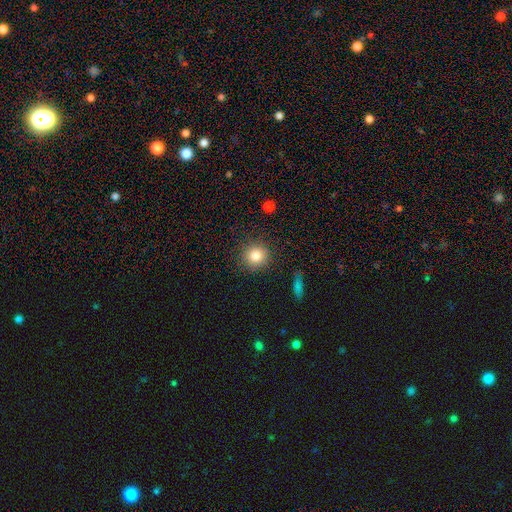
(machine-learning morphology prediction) smooth-or-featured: smooth: 83% | star or artifact: 10% | featured or disk: 7%
  how-rounded: round: 91% | in between: 8% | cigar-shaped: 1%
  merging: none: 89% | minor disturbance: 8% | major disturbance: 2% | merger: 1%